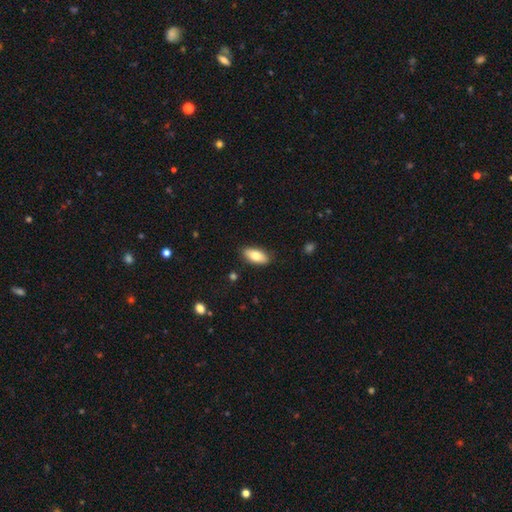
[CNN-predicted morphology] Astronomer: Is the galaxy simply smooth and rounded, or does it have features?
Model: smooth — 79%.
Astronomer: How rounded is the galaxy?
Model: in between — 88%.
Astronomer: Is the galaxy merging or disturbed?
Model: none — 87%.